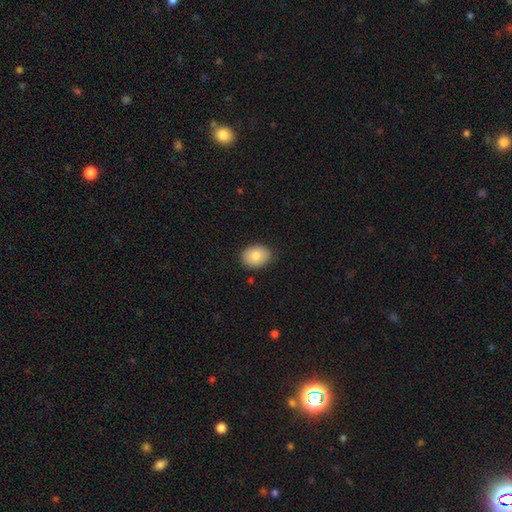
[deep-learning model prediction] Morphology: type=smooth (81%); roundness=in between (61%); merging=none (85%).